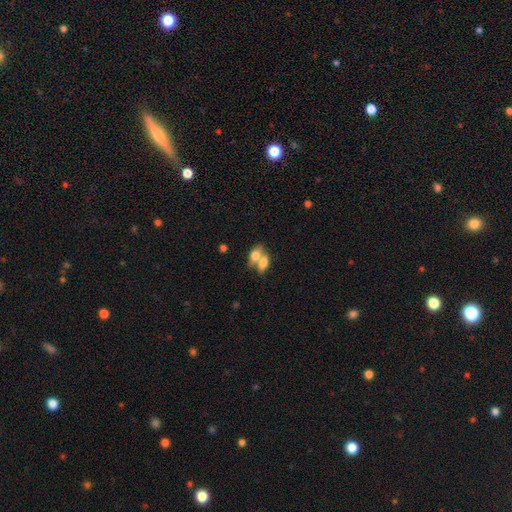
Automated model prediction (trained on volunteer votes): A smooth galaxy with no disk features (73%) that is in between round and cigar-shaped (84%). Merging: merger (67%).